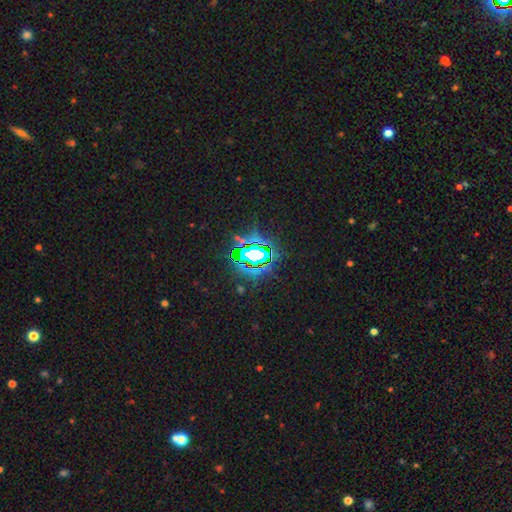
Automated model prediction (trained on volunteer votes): Morphology: type=star or artifact (75%).